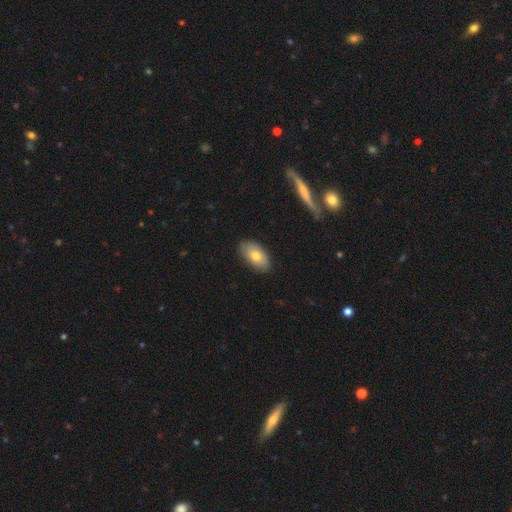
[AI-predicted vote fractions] This is likely a smooth galaxy (78%). How rounded: clearly in between (94%). Merging: clearly none (87%).